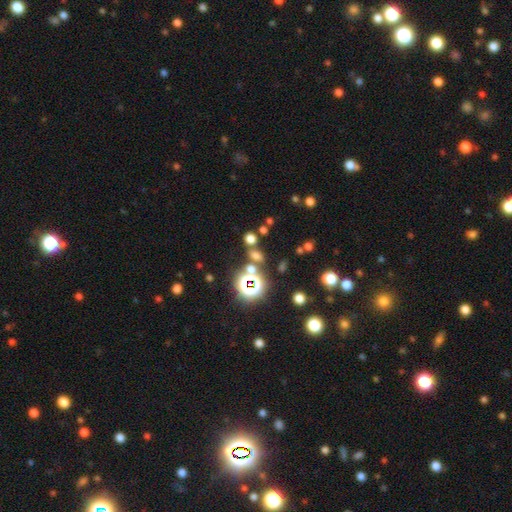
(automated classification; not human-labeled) smooth 50%, star or artifact 42%, featured or disk 9%. Down the decision tree: merging — none (68%).